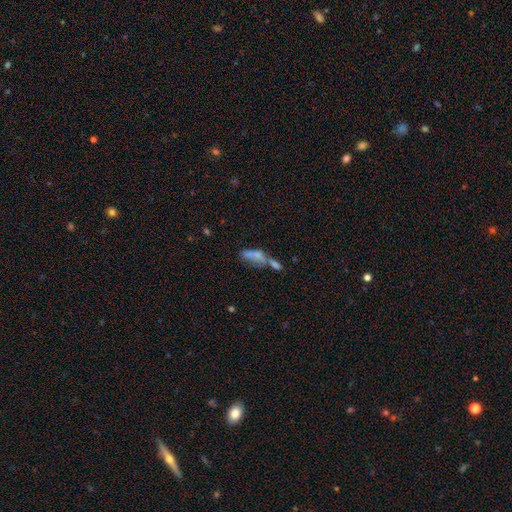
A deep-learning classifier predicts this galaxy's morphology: type=smooth (54%); roundness=in between (66%); merging=merger (54%).